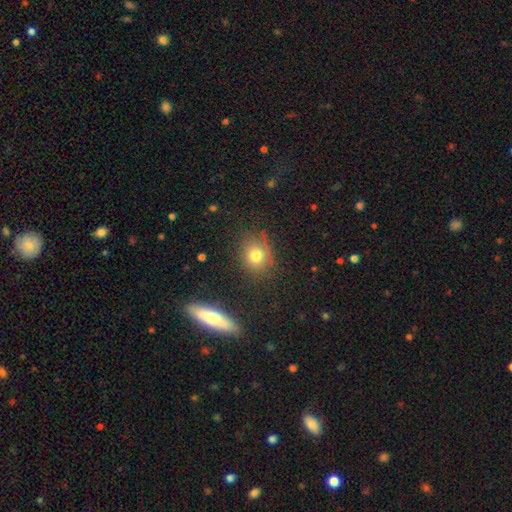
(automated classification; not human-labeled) This appears to be a smooth galaxy with no disk features (75%) that is round (72%). Merging: none (77%).